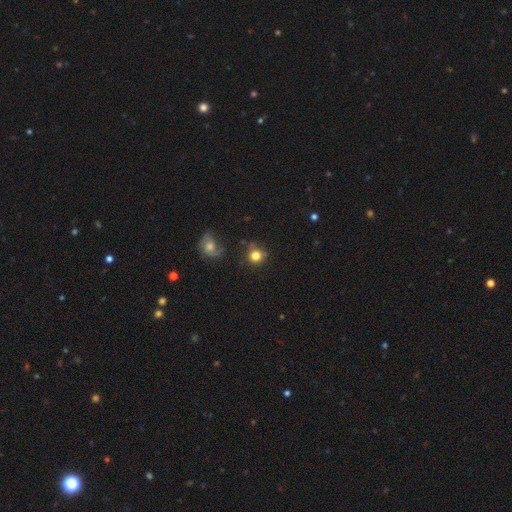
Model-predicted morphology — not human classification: This appears to be a smooth galaxy with no disk features (79%) that is round (87%). Merging: none (67%).